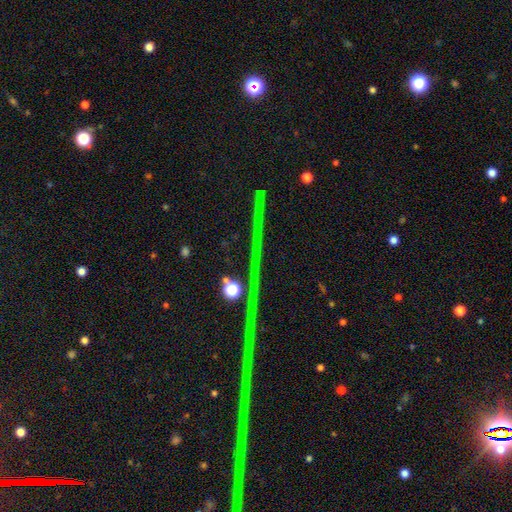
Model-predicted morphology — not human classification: Smooth or featured? star or artifact (80%)